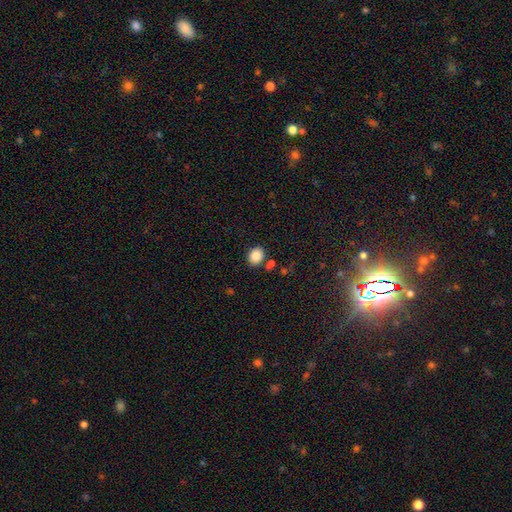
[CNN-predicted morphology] Q: Smooth or featured?
A: smooth (85%); runner-up: star or artifact (9%)
Q: How rounded?
A: round (58%); runner-up: in between (42%)
Q: Merging?
A: none (79%); runner-up: minor disturbance (11%)